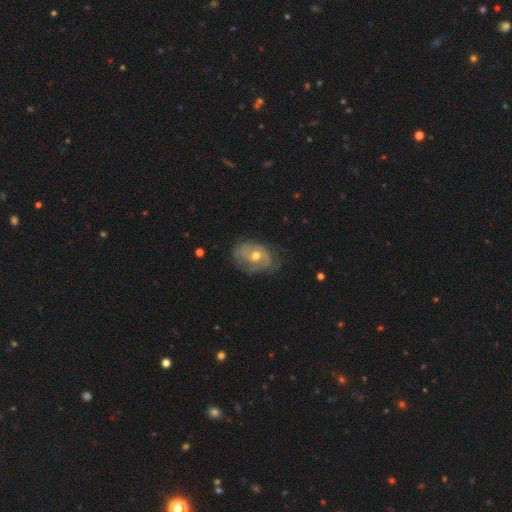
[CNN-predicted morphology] featured or disk 72%, smooth 21%, star or artifact 7%. Down the decision tree: edge-on disk — no (96%); bar — no (66%); spiral arms — yes (80%); spiral arm count — 2 (46%); spiral winding — tight (47%); bulge size — moderate (71%); merging — none (58%).